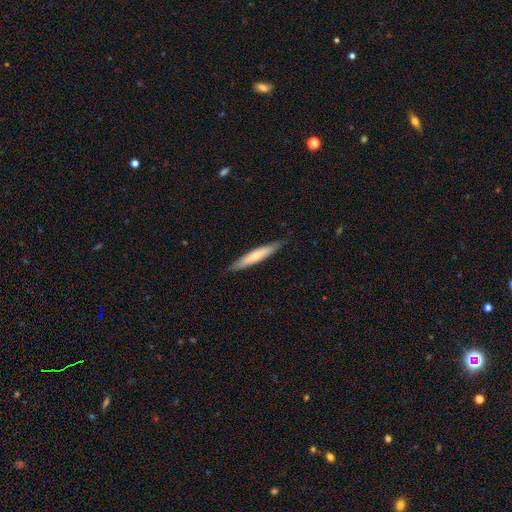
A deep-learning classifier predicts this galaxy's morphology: smooth-or-featured: smooth: 56% | featured or disk: 39% | star or artifact: 5%
  how-rounded: cigar-shaped: 91% | in between: 8% | round: 1%
  merging: none: 87% | minor disturbance: 10% | major disturbance: 2% | merger: 1%